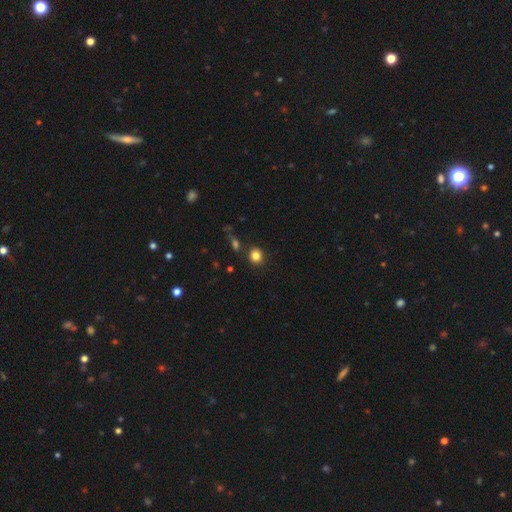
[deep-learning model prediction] Smooth or featured: smooth — 82% (star or artifact — 12%)
How rounded: round — 82% (in between — 17%)
Merging: none — 84% (minor disturbance — 8%)